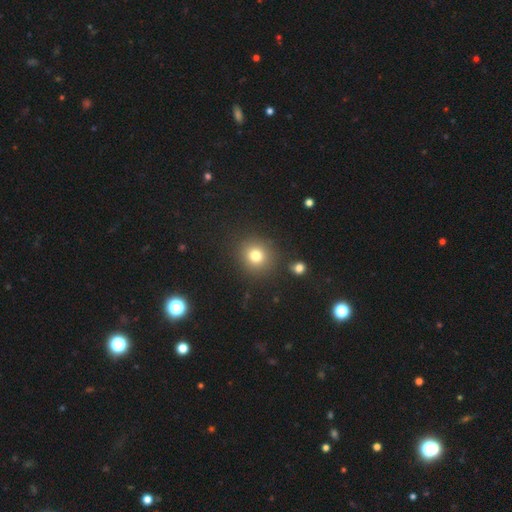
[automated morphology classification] smooth 78%, star or artifact 14%, featured or disk 8%. Down the decision tree: how rounded — round (87%); merging — none (86%).